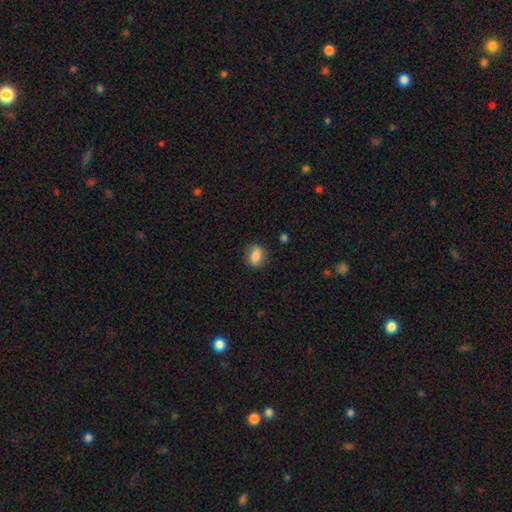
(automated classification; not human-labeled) Smooth or featured? Predicted: smooth (p=0.77). How rounded? Predicted: in between (p=0.57). Merging? Predicted: none (p=0.81).